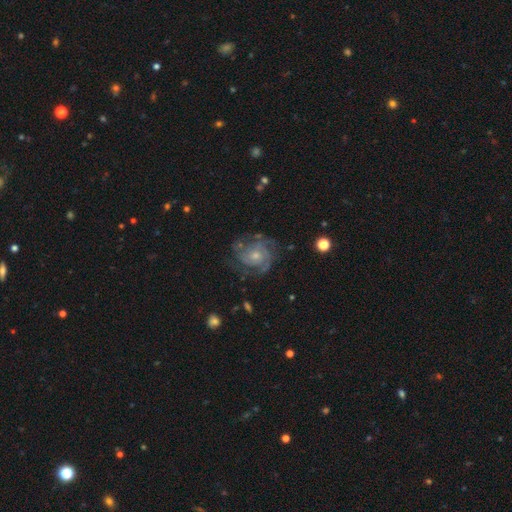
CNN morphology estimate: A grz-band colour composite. It shows a featured or disk galaxy (83%) with no bar (74%), tight (56%) spiral arms (93%) and a small central bulge (54%). Merging: none (68%).